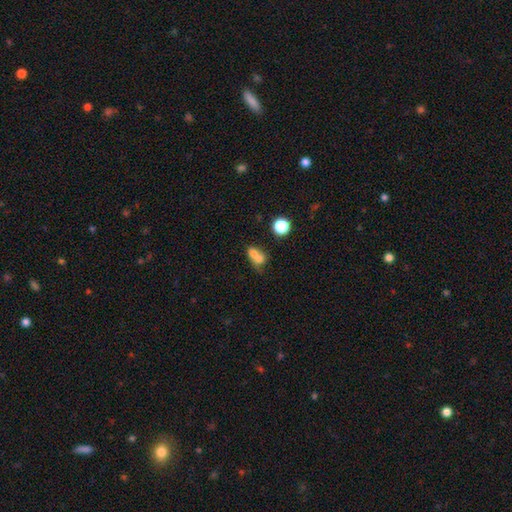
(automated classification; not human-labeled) Q: Smooth or featured?
A: smooth (69%); runner-up: featured or disk (19%)
Q: How rounded?
A: round (54%); runner-up: in between (44%)
Q: Merging?
A: merger (69%); runner-up: none (20%)